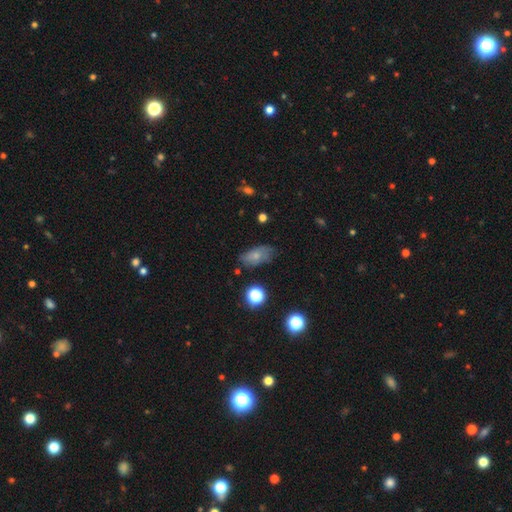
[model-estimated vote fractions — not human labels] A smooth galaxy with no disk features (67%) that is in between round and cigar-shaped (87%).

Vote fractions:
- Smooth or featured? smooth: 67% / featured or disk: 21% / star or artifact: 12%
- How rounded? in between: 87% / round: 8% / cigar-shaped: 5%
- Merging? none: 64% / minor disturbance: 26% / major disturbance: 7% / merger: 3%